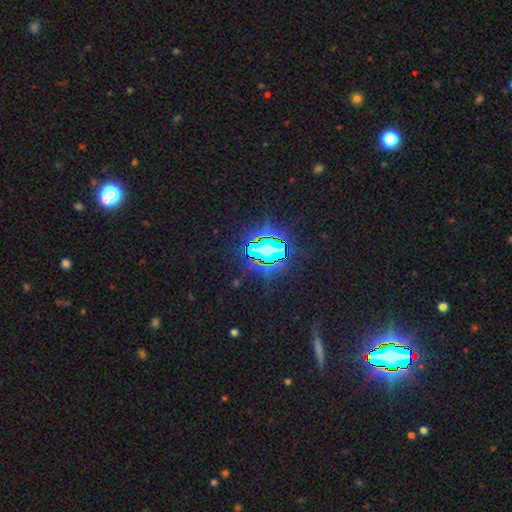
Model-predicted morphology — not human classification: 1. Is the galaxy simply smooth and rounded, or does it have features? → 76% star or artifact, 14% smooth, 10% featured or disk.